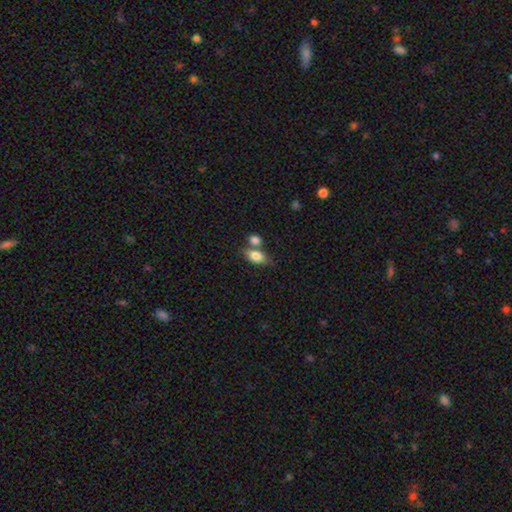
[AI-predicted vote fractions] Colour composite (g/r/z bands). It shows a smooth galaxy with no disk features (79%) that is in between round and cigar-shaped (84%). Merging: none (52%).